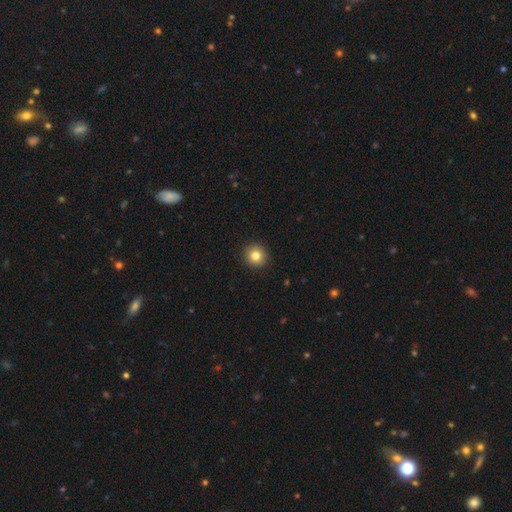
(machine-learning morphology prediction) This appears to be a smooth galaxy with no disk features (83%) that is round (91%). Merging: none (92%).